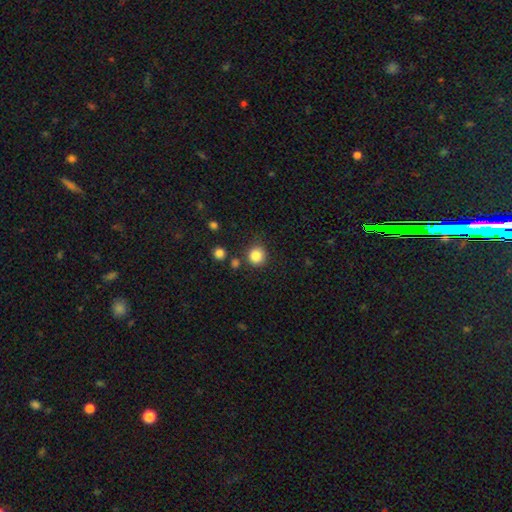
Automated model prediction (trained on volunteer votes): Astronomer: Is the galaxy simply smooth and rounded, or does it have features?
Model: smooth — 85%.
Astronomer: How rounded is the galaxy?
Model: round — 90%.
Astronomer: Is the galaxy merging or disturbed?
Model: none — 82%.